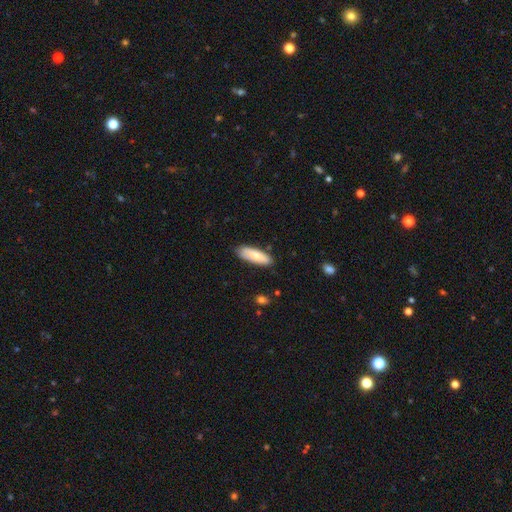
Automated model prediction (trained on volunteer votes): smooth_or_featured: smooth (p=0.76) [alt: featured or disk p=0.18]
how_rounded: in between (p=0.58) [alt: cigar-shaped p=0.40]
merging: none (p=0.81) [alt: minor disturbance p=0.15]